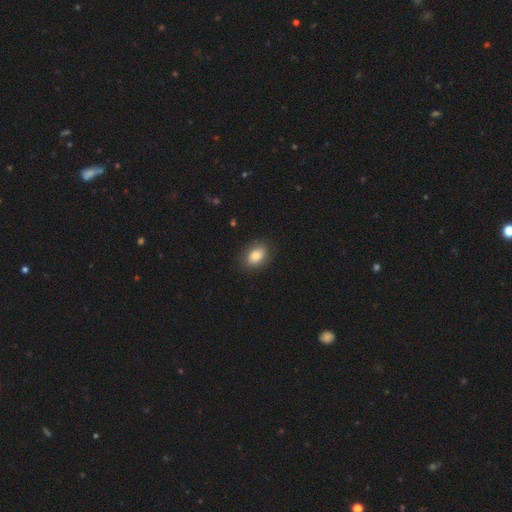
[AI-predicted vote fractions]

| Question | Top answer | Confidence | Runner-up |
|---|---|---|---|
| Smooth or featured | smooth | 82% | featured or disk (10%) |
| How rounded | in between | 81% | round (17%) |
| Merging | none | 84% | minor disturbance (11%) |